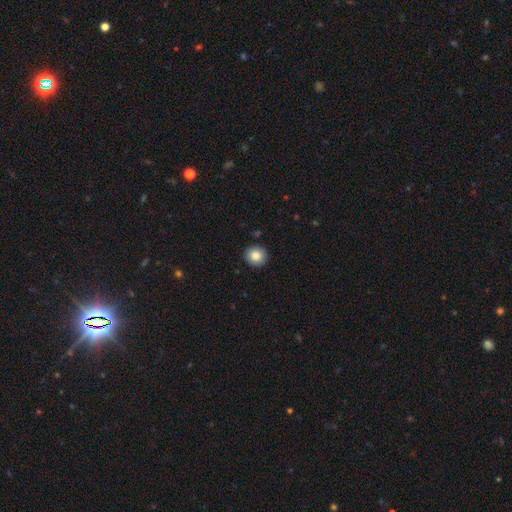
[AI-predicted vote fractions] Smooth or featured: smooth — 85% (star or artifact — 9%)
How rounded: round — 88% (in between — 11%)
Merging: none — 91% (minor disturbance — 6%)